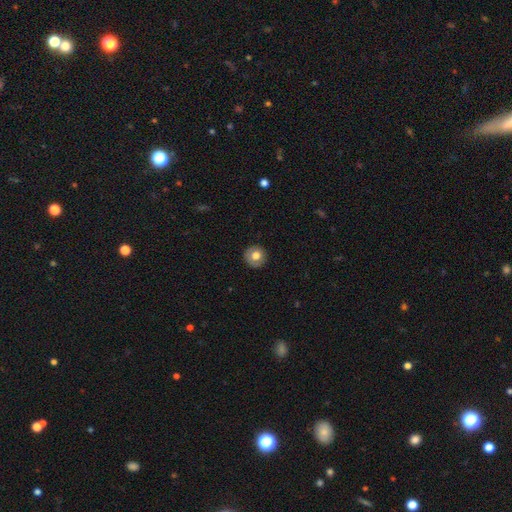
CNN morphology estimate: type=smooth (72%); roundness=round (93%); merging=none (88%).